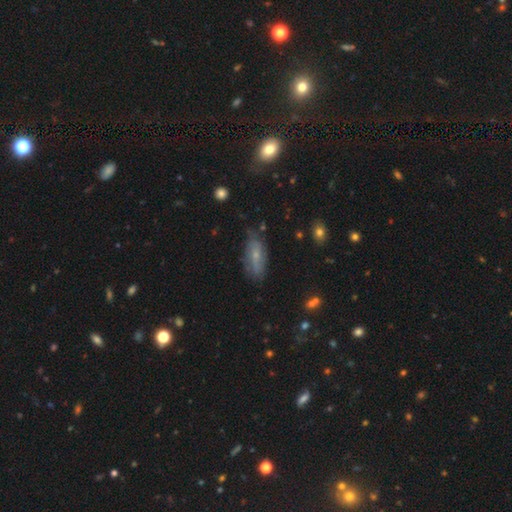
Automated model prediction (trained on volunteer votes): Smooth or featured? Predicted: smooth (p=0.50). How rounded? Predicted: in between (p=0.74). Merging? Predicted: none (p=0.65).